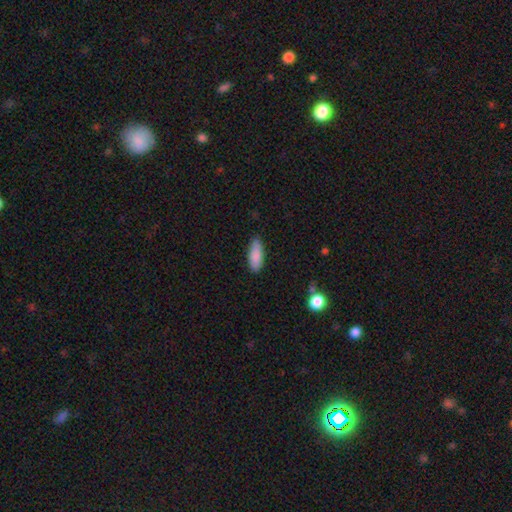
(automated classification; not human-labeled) A smooth galaxy with no disk features (87%) that is in between round and cigar-shaped (69%). Merging: none (84%).